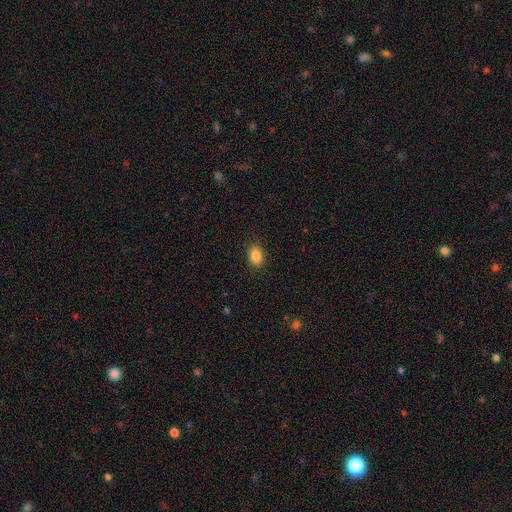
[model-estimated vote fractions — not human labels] smooth-or-featured: smooth: 87% | star or artifact: 9% | featured or disk: 4%
  how-rounded: in between: 81% | round: 18% | cigar-shaped: 1%
  merging: none: 89% | minor disturbance: 8% | major disturbance: 2% | merger: 1%